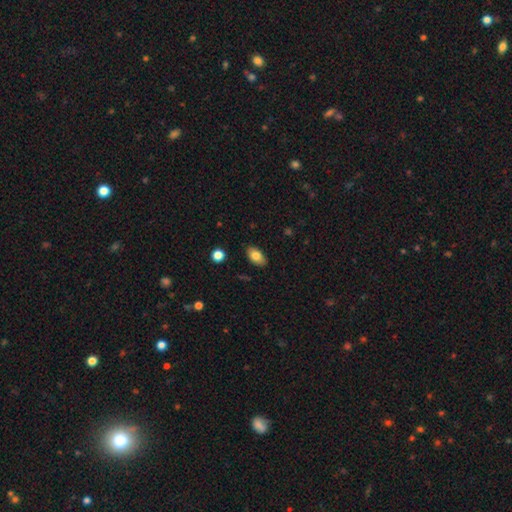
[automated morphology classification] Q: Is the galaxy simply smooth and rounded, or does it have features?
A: smooth — 80%.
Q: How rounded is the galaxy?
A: in between — 92%.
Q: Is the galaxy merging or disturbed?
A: none — 87%.